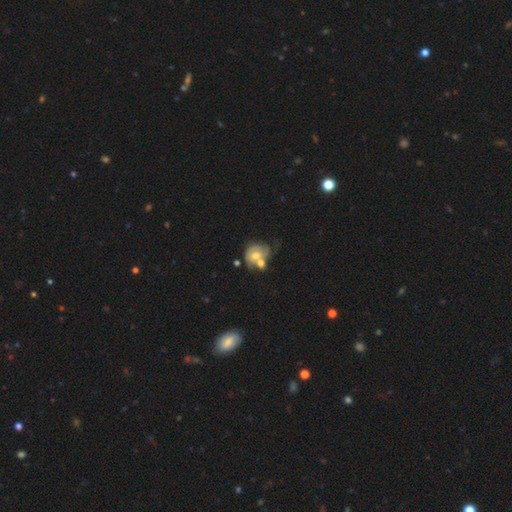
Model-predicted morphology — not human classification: The model was most divided on "smooth or featured": featured or disk: 54%, smooth: 39%, star or artifact: 8%. Remaining: edge-on disk — no (97%); bulge size — moderate (65%); spiral arms — yes (61%); bar — no (59%); merging — merger (45%).